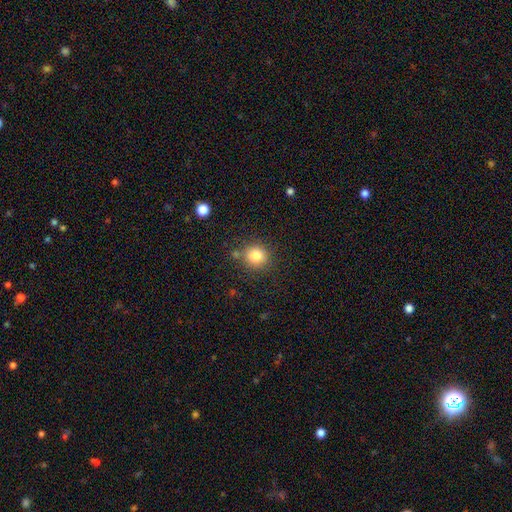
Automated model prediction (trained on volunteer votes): Morphology: type=smooth (81%); roundness=round (88%); merging=none (78%).